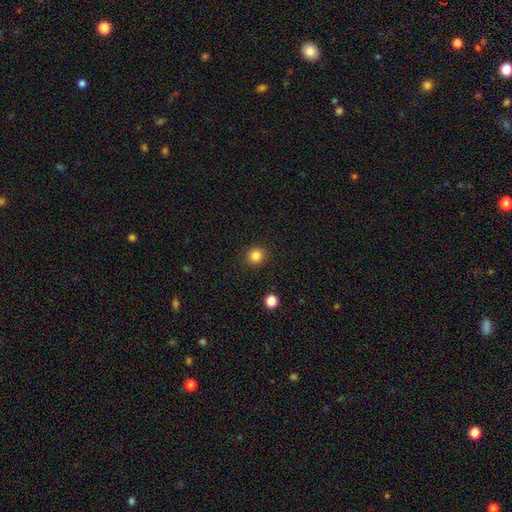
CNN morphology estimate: smooth-or-featured: smooth: 85% | star or artifact: 11% | featured or disk: 4%
  how-rounded: round: 92% | in between: 8% | cigar-shaped: 1%
  merging: none: 91% | minor disturbance: 5% | major disturbance: 2% | merger: 1%